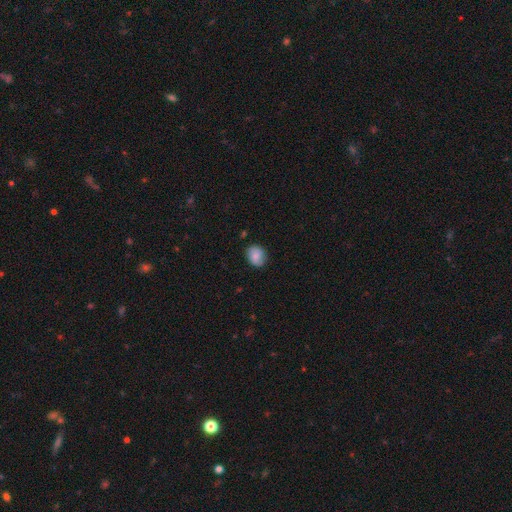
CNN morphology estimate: Overall: smooth (82%). How rounded: round (61%; in between 38%). Merging: none (81%).